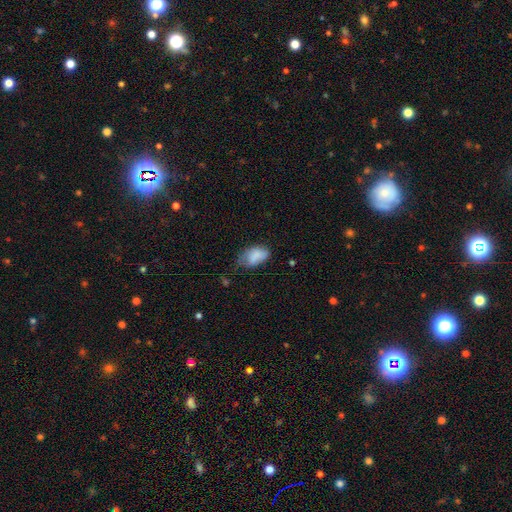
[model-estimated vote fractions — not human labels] Smooth or featured? smooth (79%)
How rounded? in between (91%)
Merging? none (43%)